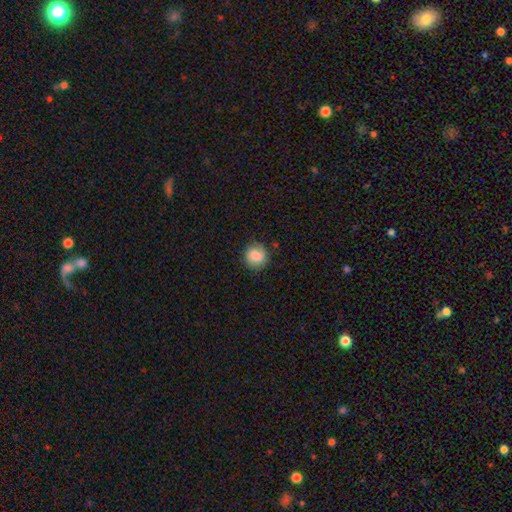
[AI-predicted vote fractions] This appears to be a smooth galaxy with no disk features (82%) that is round (88%). Merging: none (84%).